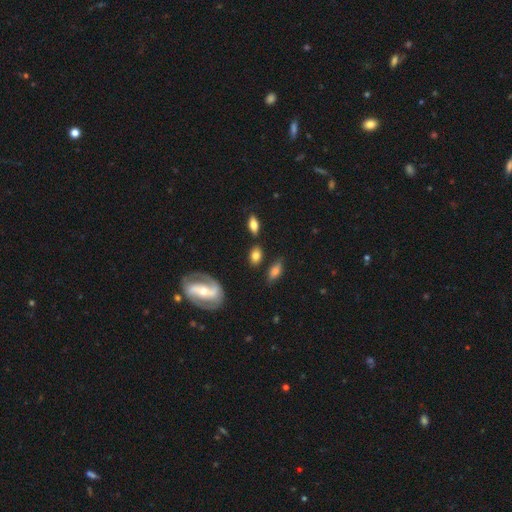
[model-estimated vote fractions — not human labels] Overall: smooth (70%). How rounded: in between (84%). Merging: none (74%).